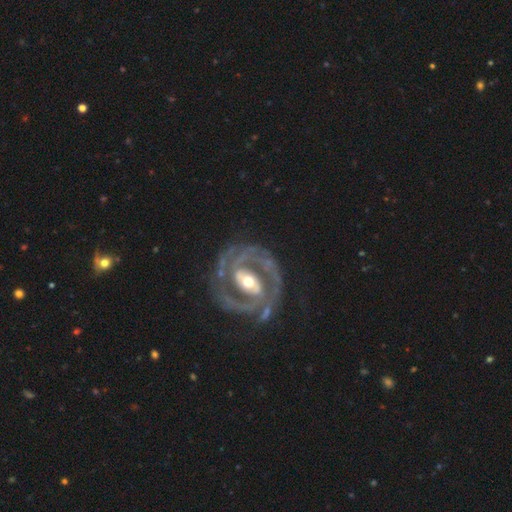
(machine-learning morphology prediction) Smooth or featured?
  - featured or disk: 90% *
  - star or artifact: 5%
  - smooth: 5%
Edge-on disk?
  - no: 96% *
  - yes: 4%
Bar?
  - strong: 54% *
  - weak: 31%
  - no: 15%
Spiral arms?
  - yes: 94% *
  - no: 6%
Spiral winding?
  - tight: 55% *
  - medium: 38%
  - loose: 7%
Spiral arm count?
  - 2: 82% *
  - can't tell: 6%
  - 3: 6%
  - 1: 3%
  - 4: 2%
  - more than 4: 2%
Bulge size?
  - moderate: 60% *
  - small: 31%
  - large: 6%
  - dominant: 1%
  - none: 1%
Merging?
  - none: 76% *
  - minor disturbance: 14%
  - major disturbance: 8%
  - merger: 2%